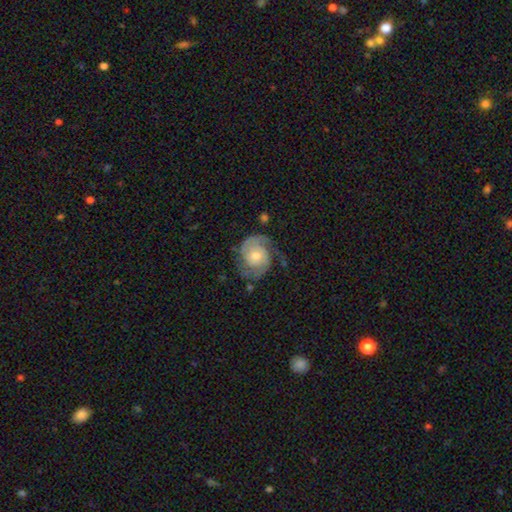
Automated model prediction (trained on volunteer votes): Smooth or featured? featured or disk (85%)
Edge-on disk? no (98%)
Bar? no (73%)
Spiral arms? yes (96%)
Spiral winding? tight (50%)
Spiral arm count? 2 (83%)
Bulge size? moderate (55%)
Merging? none (71%)